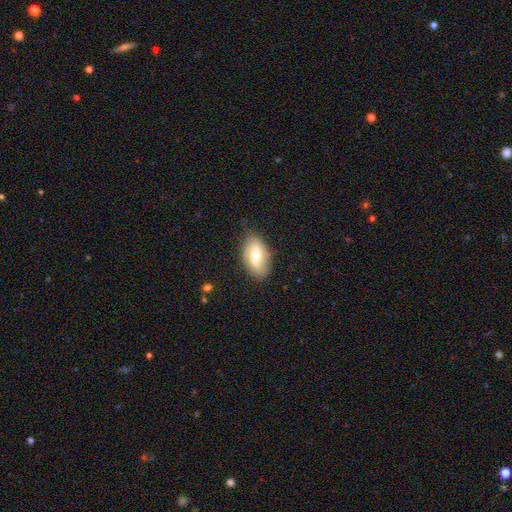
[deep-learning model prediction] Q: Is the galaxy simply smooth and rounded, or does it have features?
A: smooth — 61%.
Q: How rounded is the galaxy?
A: in between — 92%.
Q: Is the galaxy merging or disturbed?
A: none — 81%.